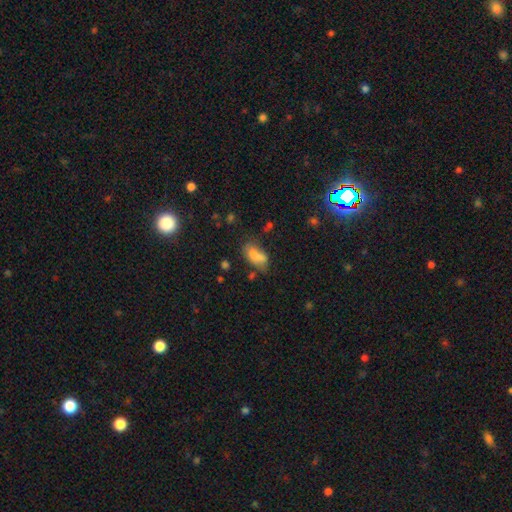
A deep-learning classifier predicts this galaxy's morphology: Smooth or featured? smooth (76%)
How rounded? in between (88%)
Merging? none (46%)